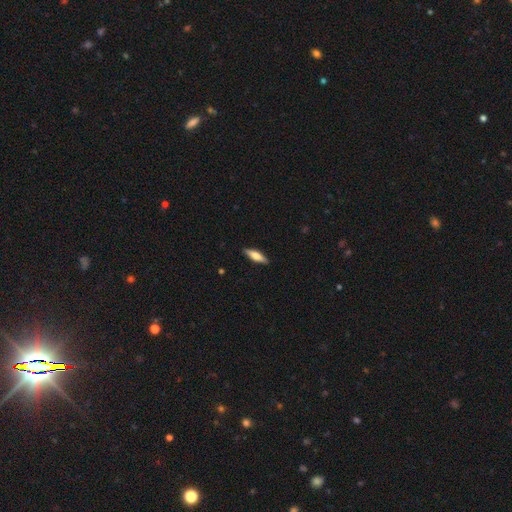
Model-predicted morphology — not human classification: Smooth or featured?
  - smooth: 57% *
  - featured or disk: 37%
  - star or artifact: 6%
How rounded?
  - cigar-shaped: 61% *
  - in between: 37%
  - round: 2%
Merging?
  - none: 89% *
  - minor disturbance: 8%
  - major disturbance: 2%
  - merger: 1%